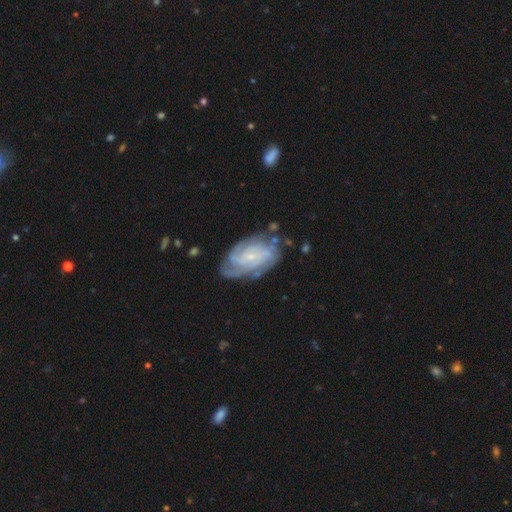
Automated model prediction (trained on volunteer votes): This appears to be a featured or disk galaxy (74%) with no bar (57%), tight (66%) spiral arms (93%) and a small central bulge (71%). Merging: none (70%).